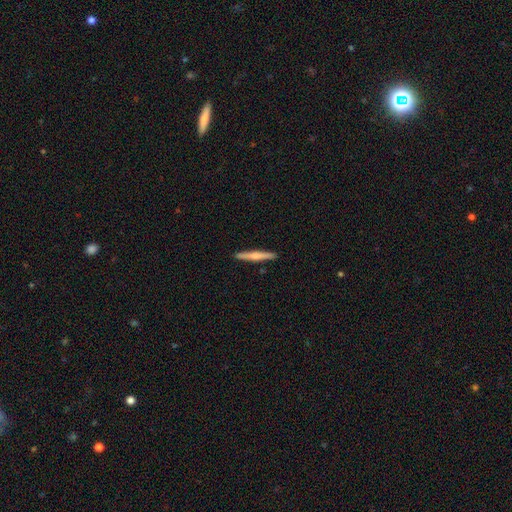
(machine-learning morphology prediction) A smooth galaxy with no disk features (50%). Merging: none (92%).